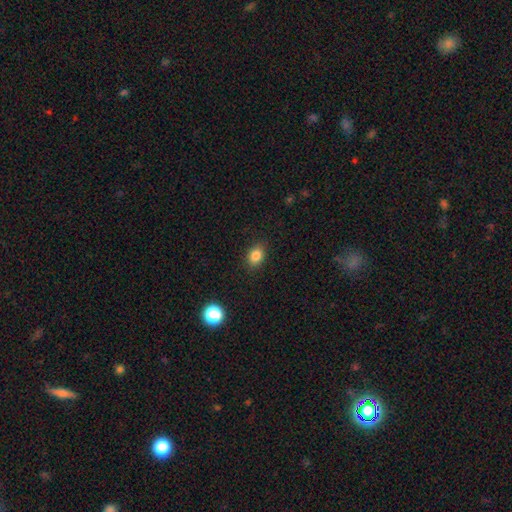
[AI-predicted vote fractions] A smooth galaxy with no disk features (84%) that is in between round and cigar-shaped (63%). Merging: none (87%).